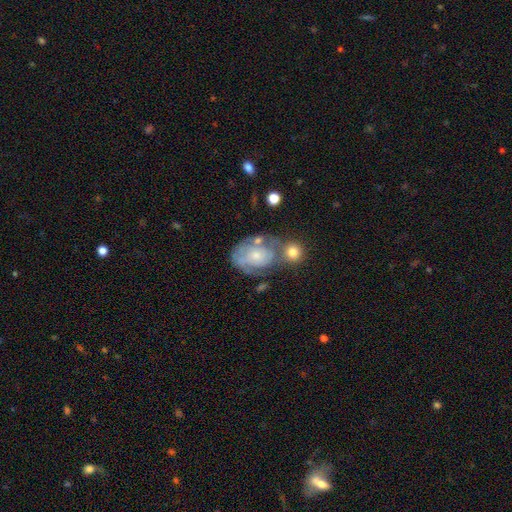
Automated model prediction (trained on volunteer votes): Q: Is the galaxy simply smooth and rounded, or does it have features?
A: featured or disk — 56%.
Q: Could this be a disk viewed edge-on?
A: no — 96%.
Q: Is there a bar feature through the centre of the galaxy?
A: no — 84%.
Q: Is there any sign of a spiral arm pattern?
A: yes — 55%.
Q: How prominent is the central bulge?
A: small — 58%.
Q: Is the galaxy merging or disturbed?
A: none — 33%.